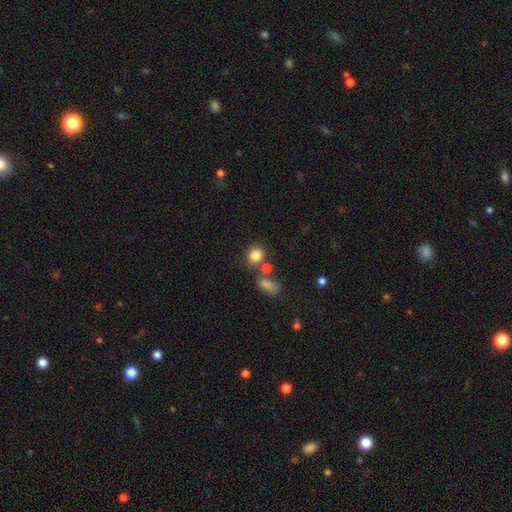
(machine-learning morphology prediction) This appears to be a smooth galaxy with no disk features (83%) that is round (67%). Merging: none (61%).